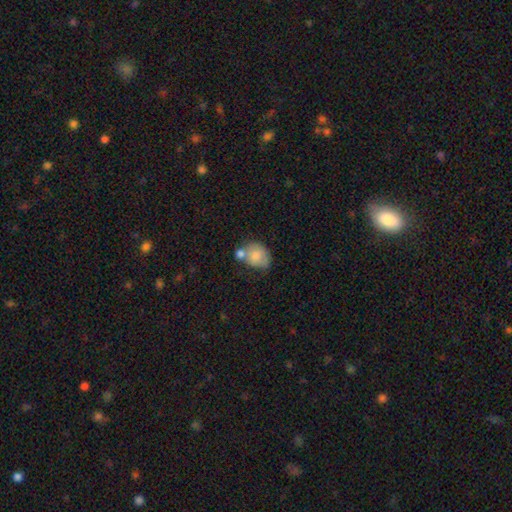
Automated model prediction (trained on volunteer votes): Smooth or featured? smooth (76%)
How rounded? in between (56%)
Merging? merger (36%, tied with none)